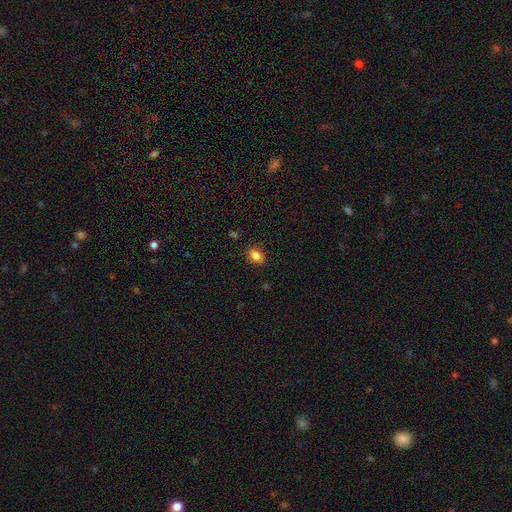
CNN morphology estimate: This appears to be a smooth galaxy with no disk features (84%) that is in between round and cigar-shaped (80%). Merging: none (85%).